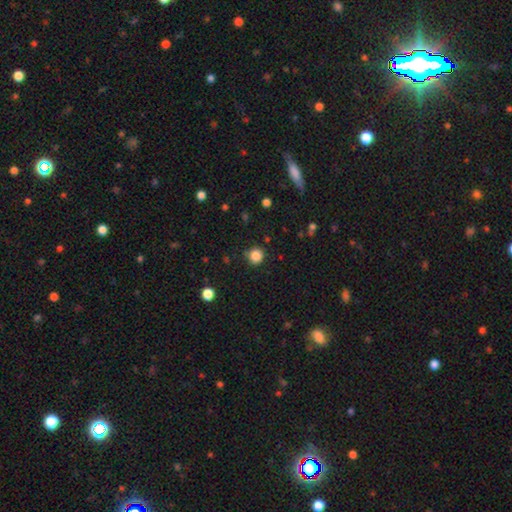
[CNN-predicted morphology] Overall: smooth (84%). How rounded: round (92%). Merging: none (84%).